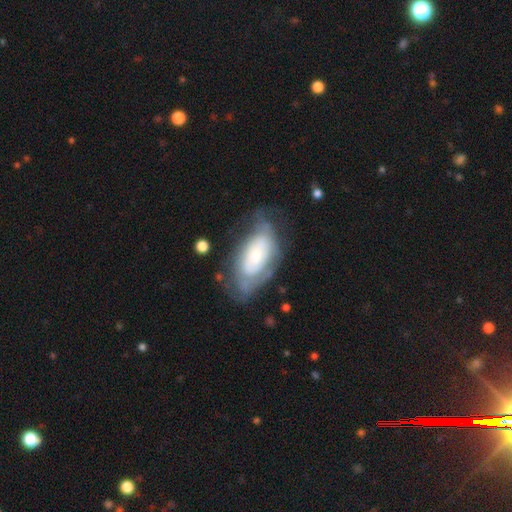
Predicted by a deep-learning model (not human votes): Smooth or featured? featured or disk (58%)
Edge-on disk? no (92%)
Bar? no (74%)
Spiral arms? yes (65%)
Bulge size? small (47%)
Merging? none (53%)